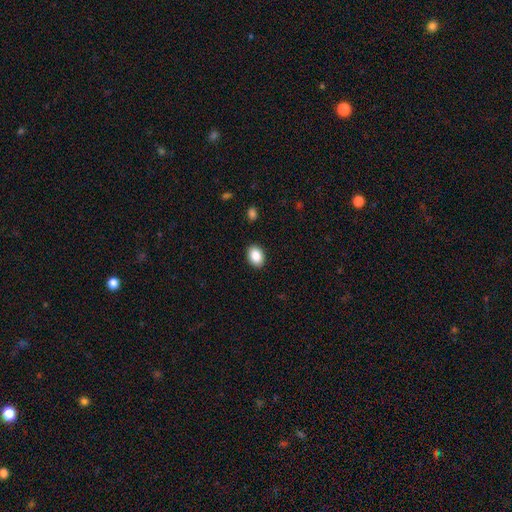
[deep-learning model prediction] This is clearly a smooth galaxy (88%). How rounded: likely in between (76%). Merging: clearly none (90%).